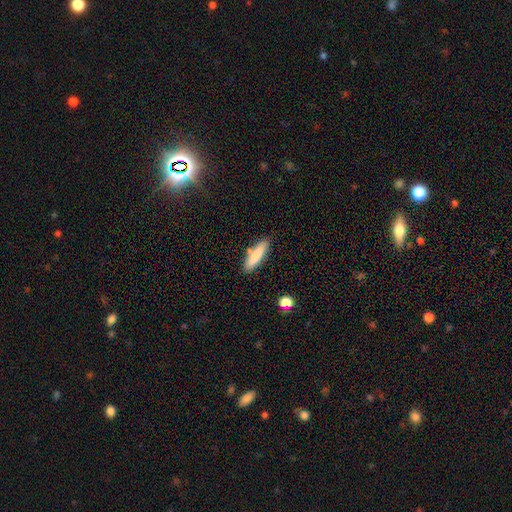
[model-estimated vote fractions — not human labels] The model was most divided on "how rounded": cigar-shaped: 74%, in between: 24%, round: 2%. More confident: smooth or featured — smooth (82%); merging — none (79%).